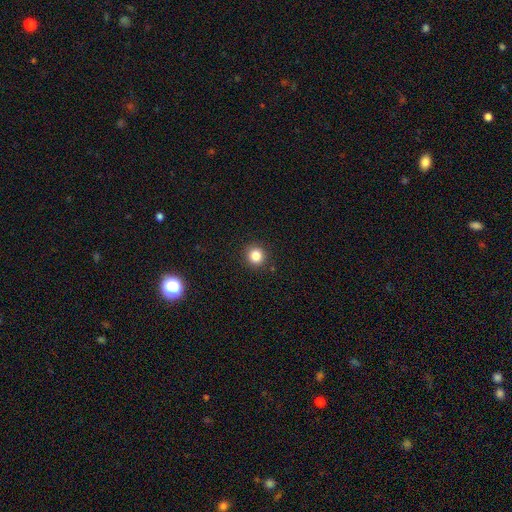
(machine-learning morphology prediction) A smooth galaxy with no disk features (84%) that is round (92%).

Vote fractions:
- Smooth or featured? smooth: 84% / star or artifact: 11% / featured or disk: 5%
- How rounded? round: 92% / in between: 7% / cigar-shaped: 1%
- Merging? none: 91% / minor disturbance: 6% / major disturbance: 2% / merger: 1%